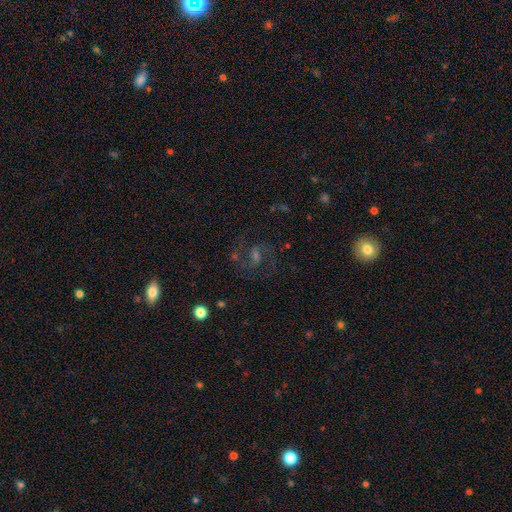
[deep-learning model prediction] Morphology: type=featured or disk (67%); edge-on=no (97%); bar=weak (52%); spiral arms=yes (91%); winding=medium (57%); arm count=2 (87%); bulge=moderate (41%); merging=none (73%).